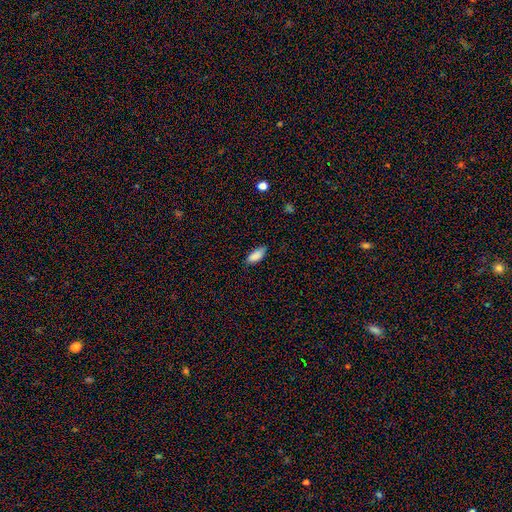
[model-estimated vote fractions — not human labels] Q: Smooth or featured?
A: smooth (88%); runner-up: star or artifact (7%)
Q: How rounded?
A: in between (83%); runner-up: cigar-shaped (15%)
Q: Merging?
A: none (78%); runner-up: minor disturbance (18%)